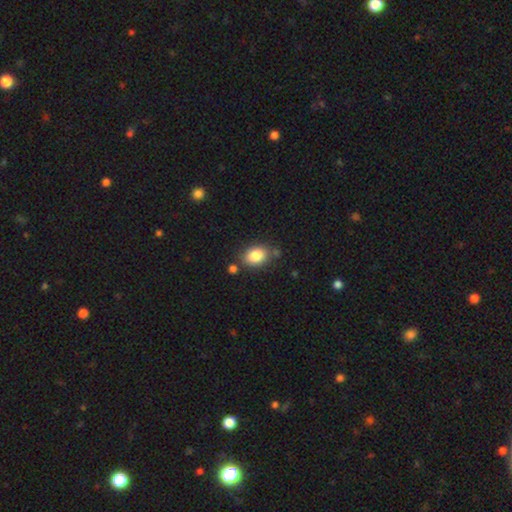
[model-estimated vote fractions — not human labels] Smooth or featured? Predicted: smooth (p=0.84). How rounded? Predicted: in between (p=0.75). Merging? Predicted: none (p=0.75).